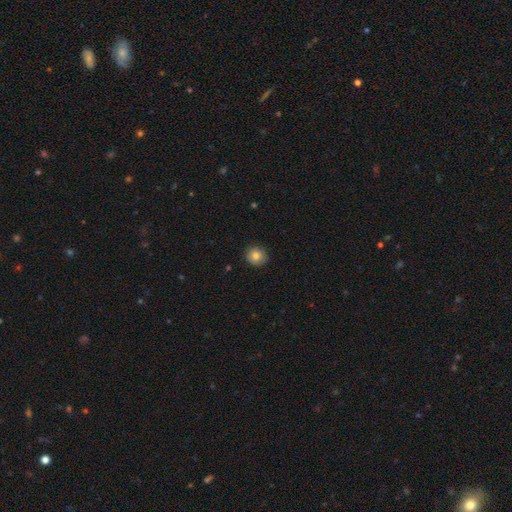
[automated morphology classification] smooth 81%, featured or disk 10%, star or artifact 9%. Down the decision tree: how rounded — round (91%); merging — none (88%).